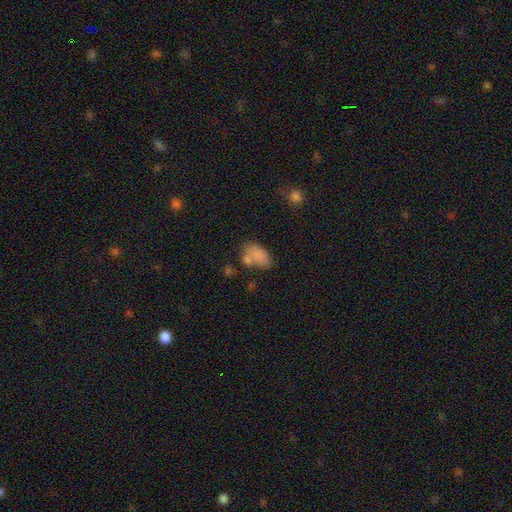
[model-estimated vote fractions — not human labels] Smooth or featured? Predicted: smooth (p=0.78). How rounded? Predicted: in between (p=0.90). Merging? Predicted: none (p=0.47).